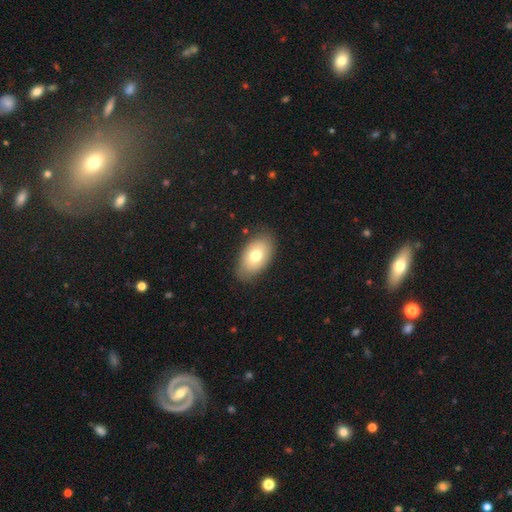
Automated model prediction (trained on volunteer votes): Overall: smooth (73%). How rounded: in between (92%). Merging: none (82%).